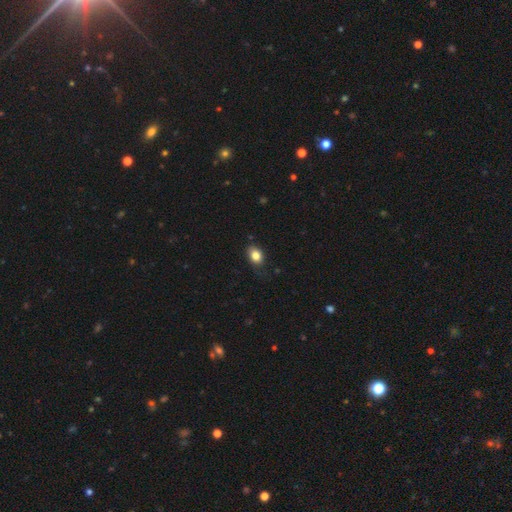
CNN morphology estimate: Q: Smooth or featured?
A: smooth (83%); runner-up: star or artifact (9%)
Q: How rounded?
A: in between (73%); runner-up: round (25%)
Q: Merging?
A: none (75%); runner-up: minor disturbance (20%)